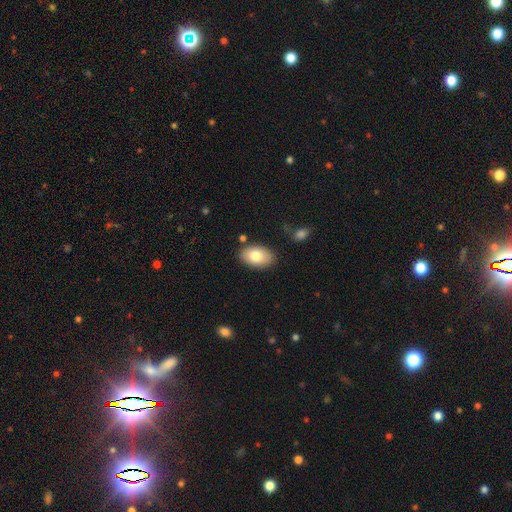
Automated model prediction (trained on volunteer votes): smooth-or-featured: smooth: 79% | featured or disk: 14% | star or artifact: 7%
  how-rounded: in between: 91% | round: 8% | cigar-shaped: 1%
  merging: none: 82% | minor disturbance: 12% | merger: 3% | major disturbance: 3%